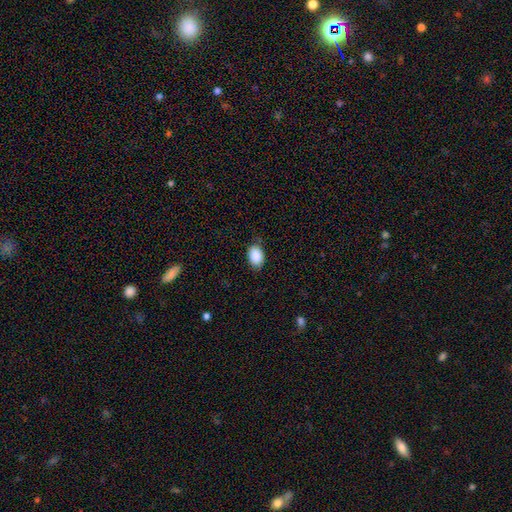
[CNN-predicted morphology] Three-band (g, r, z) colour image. It shows a smooth galaxy with no disk features (90%) that is in between round and cigar-shaped (84%). Merging: none (81%).